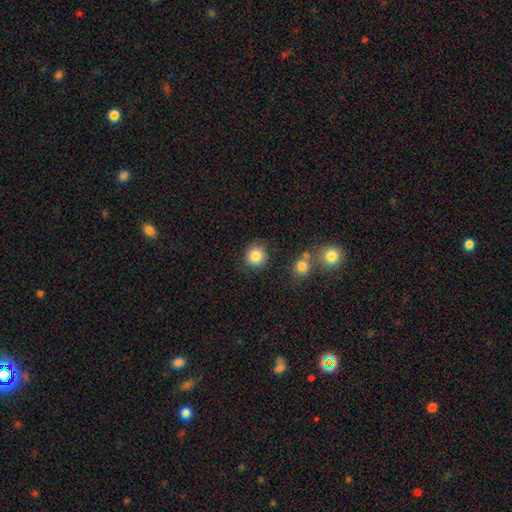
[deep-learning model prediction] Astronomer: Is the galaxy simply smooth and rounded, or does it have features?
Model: smooth — 85%.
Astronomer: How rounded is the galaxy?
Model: round — 92%.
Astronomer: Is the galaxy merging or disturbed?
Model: none — 84%.